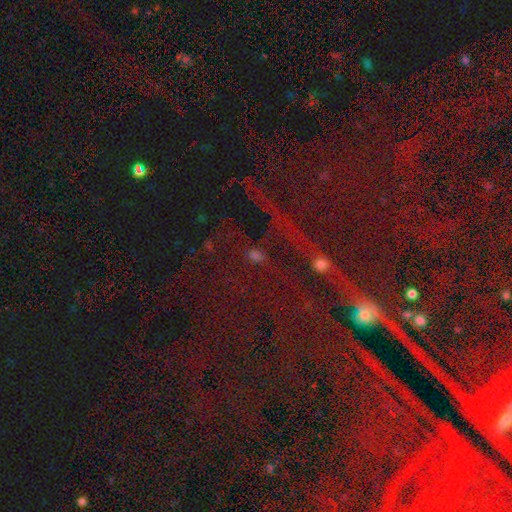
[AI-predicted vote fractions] A star or artifact, not a galaxy (64%).